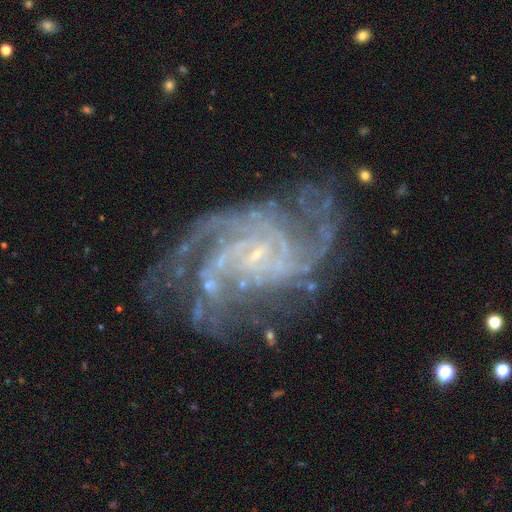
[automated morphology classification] Smooth or featured? Predicted: featured or disk (p=0.90). Edge-on disk? Predicted: no (p=0.98). Bar? Predicted: no (p=0.50). Spiral arms? Predicted: yes (p=0.97). Spiral winding? Predicted: medium (p=0.44). Spiral arm count? Predicted: 4 (p=0.22). Bulge size? Predicted: small (p=0.78). Merging? Predicted: none (p=0.62).